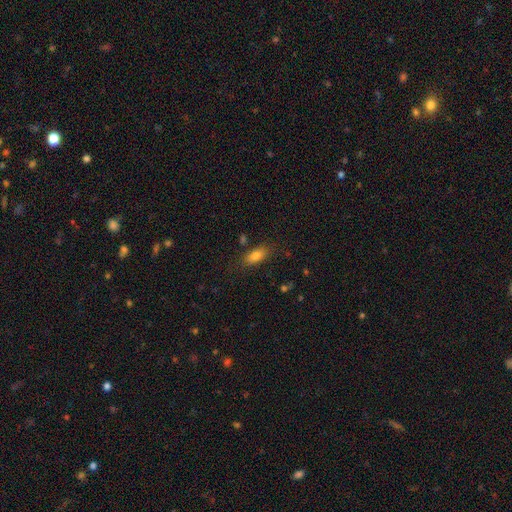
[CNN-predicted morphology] This is clearly a smooth galaxy (81%). How rounded: clearly in between (84%). Merging: likely none (79%).